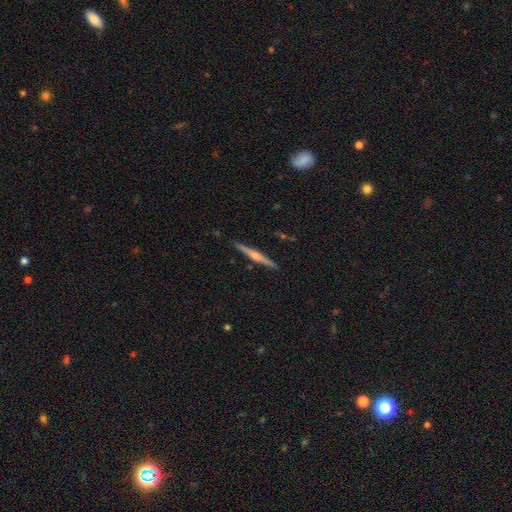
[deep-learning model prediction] Smooth or featured? featured or disk (75%)
Edge-on disk? yes (98%)
Edge-on bulge? rounded (82%)
Merging? none (92%)